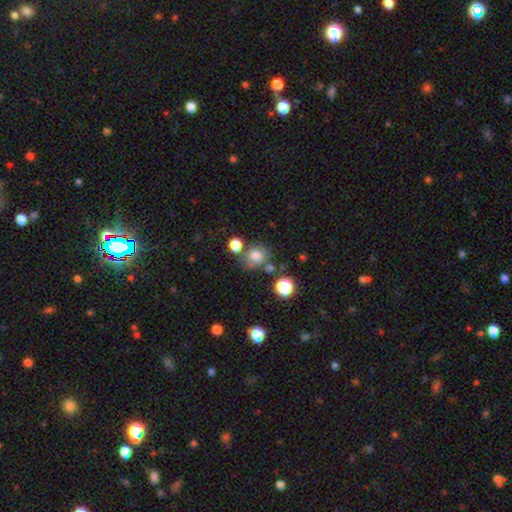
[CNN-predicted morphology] Q: Smooth or featured?
A: smooth (76%); runner-up: star or artifact (14%)
Q: How rounded?
A: round (71%); runner-up: in between (28%)
Q: Merging?
A: none (63%); runner-up: merger (16%)